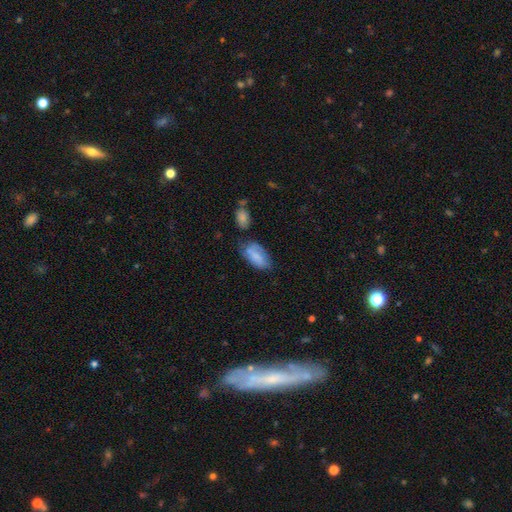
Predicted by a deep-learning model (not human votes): This is likely a smooth galaxy (72%). How rounded: clearly in between (92%). Merging: possibly none (49%).